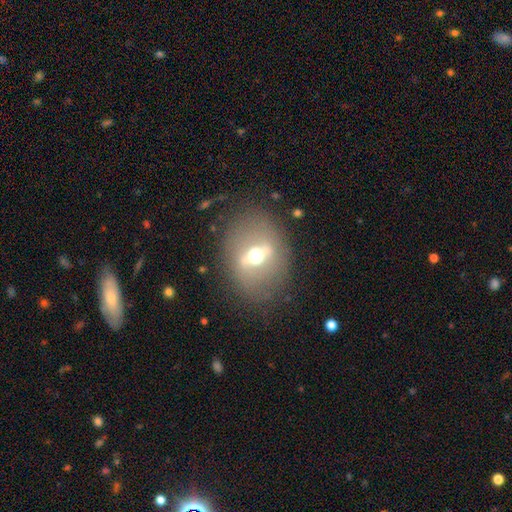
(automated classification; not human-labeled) This appears to be a featured or disk galaxy (62%). Merging: none (80%).